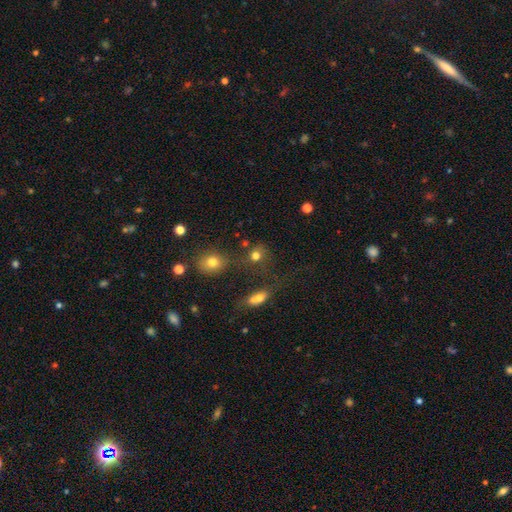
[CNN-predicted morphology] Q: Smooth or featured?
A: smooth (76%); runner-up: star or artifact (15%)
Q: How rounded?
A: round (78%); runner-up: in between (20%)
Q: Merging?
A: none (57%); runner-up: merger (21%)